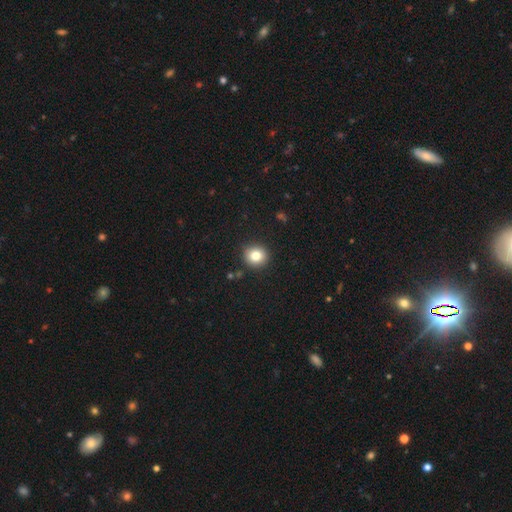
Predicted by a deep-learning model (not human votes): smooth 81%, star or artifact 11%, featured or disk 8%. Down the decision tree: how rounded — round (90%); merging — none (90%).